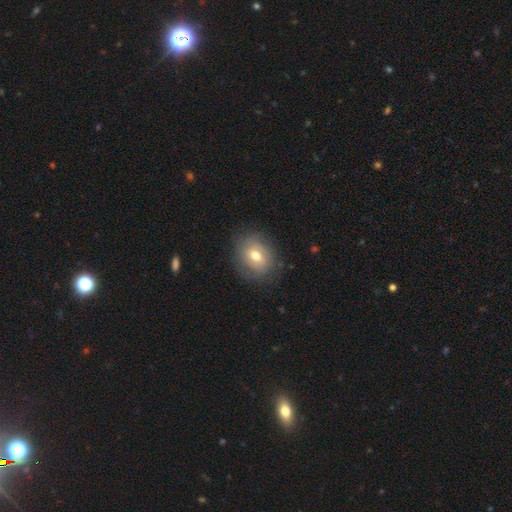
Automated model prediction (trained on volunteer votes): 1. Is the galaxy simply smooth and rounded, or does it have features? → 53% smooth, 38% featured or disk, 9% star or artifact.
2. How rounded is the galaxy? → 54% round, 45% in between, 1% cigar-shaped.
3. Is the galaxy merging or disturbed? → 78% none, 15% minor disturbance, 6% major disturbance, 1% merger.